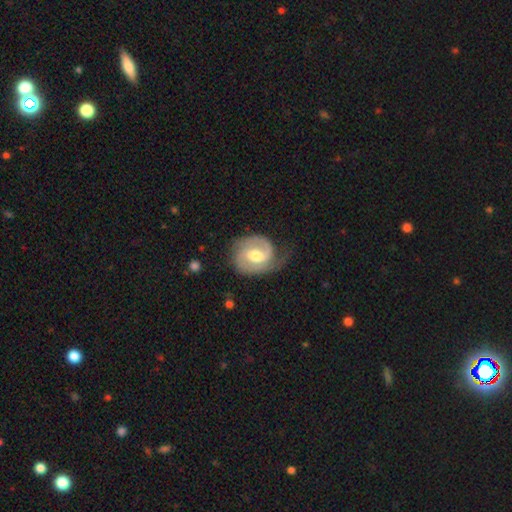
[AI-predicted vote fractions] Smooth or featured?
  - featured or disk: 82% *
  - smooth: 14%
  - star or artifact: 4%
Edge-on disk?
  - no: 98% *
  - yes: 2%
Bar?
  - weak: 54% *
  - no: 27%
  - strong: 19%
Spiral arms?
  - yes: 95% *
  - no: 5%
Spiral winding?
  - medium: 45% *
  - tight: 38%
  - loose: 17%
Spiral arm count?
  - 2: 71% *
  - 1: 20%
  - can't tell: 6%
  - 3: 2%
  - 4: 1%
  - more than 4: 1%
Bulge size?
  - moderate: 71% *
  - small: 15%
  - large: 11%
  - none: 1%
  - dominant: 1%
Merging?
  - none: 60% *
  - minor disturbance: 25%
  - major disturbance: 14%
  - merger: 2%